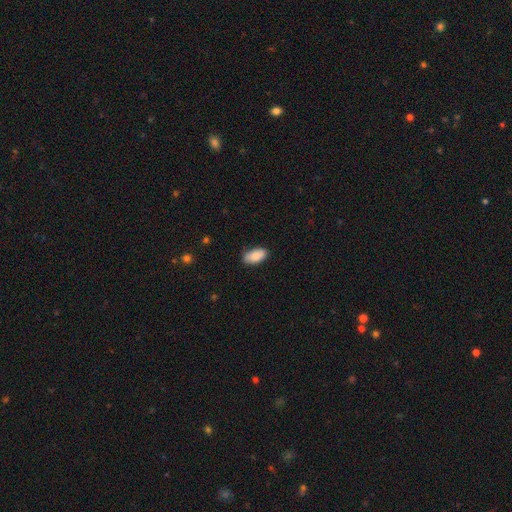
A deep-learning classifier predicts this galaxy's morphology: The model was most divided on "merging": none: 83%, minor disturbance: 14%, major disturbance: 2%, merger: 1%. More confident: how rounded — in between (94%); smooth or featured — smooth (89%).